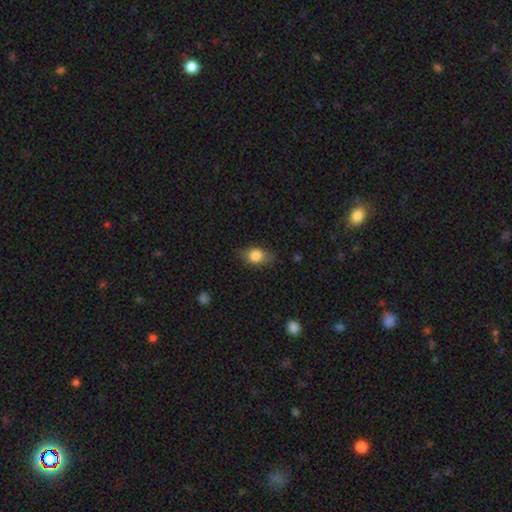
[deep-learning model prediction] This appears to be a smooth galaxy with no disk features (81%) that is in between round and cigar-shaped (77%). Merging: none (78%).